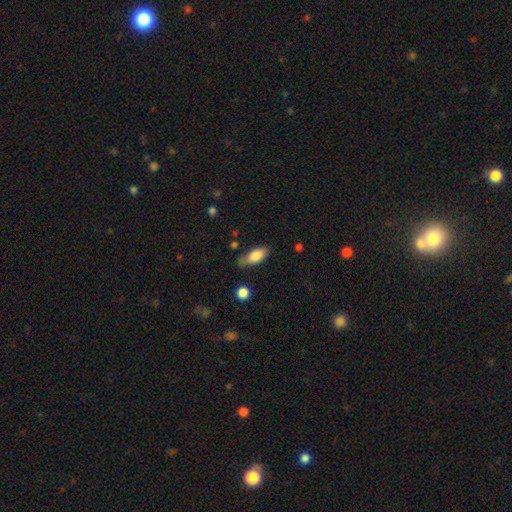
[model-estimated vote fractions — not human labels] Morphology: type=smooth (80%); roundness=in between (83%); merging=none (60%).